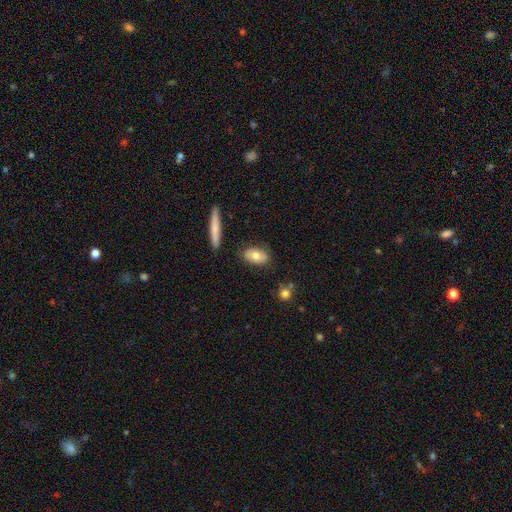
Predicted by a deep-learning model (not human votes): Q: Smooth or featured?
A: smooth (71%); runner-up: featured or disk (21%)
Q: How rounded?
A: in between (87%); runner-up: round (8%)
Q: Merging?
A: none (81%); runner-up: minor disturbance (13%)